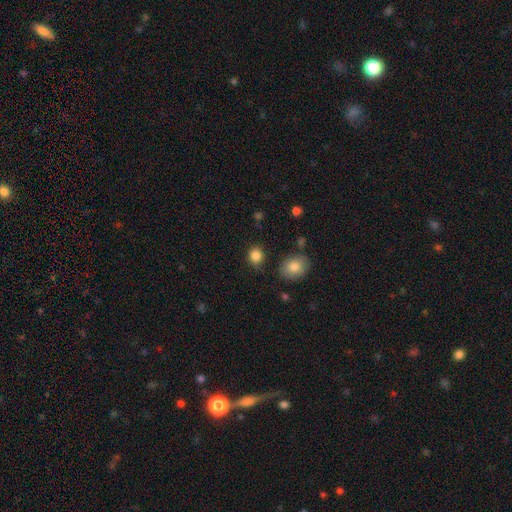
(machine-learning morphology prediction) This is clearly a smooth galaxy (85%). How rounded: likely round (78%). Merging: clearly none (84%).